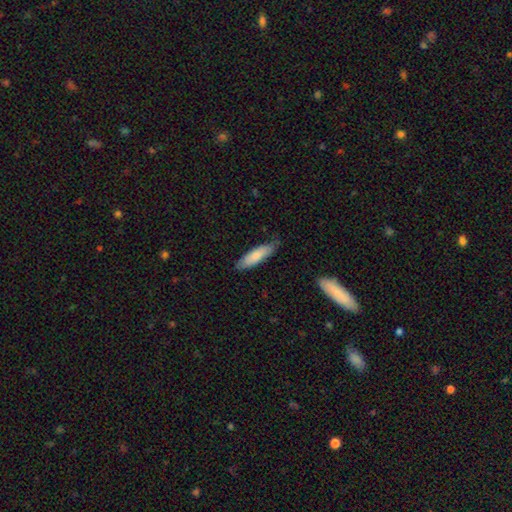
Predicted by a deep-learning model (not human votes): This appears to be a smooth galaxy with no disk features (79%) that is cigar-shaped (59%). Merging: none (78%).